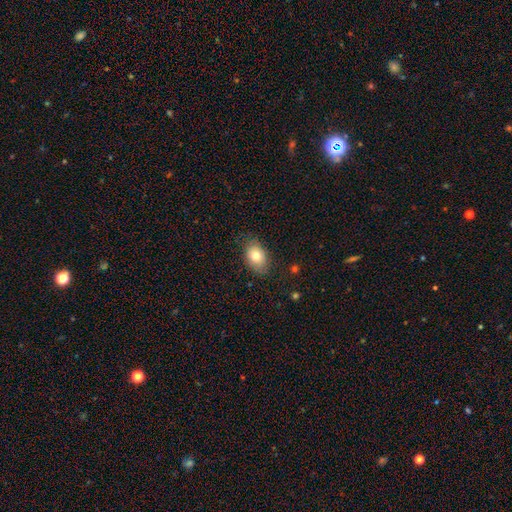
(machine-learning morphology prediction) Smooth or featured? smooth (77%)
How rounded? in between (80%)
Merging? none (76%)